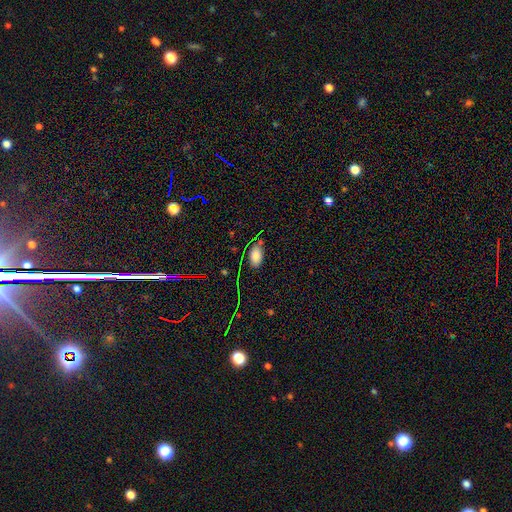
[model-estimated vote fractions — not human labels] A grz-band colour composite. It shows a smooth galaxy with no disk features (78%) that is in between round and cigar-shaped (92%). Merging: none (75%).